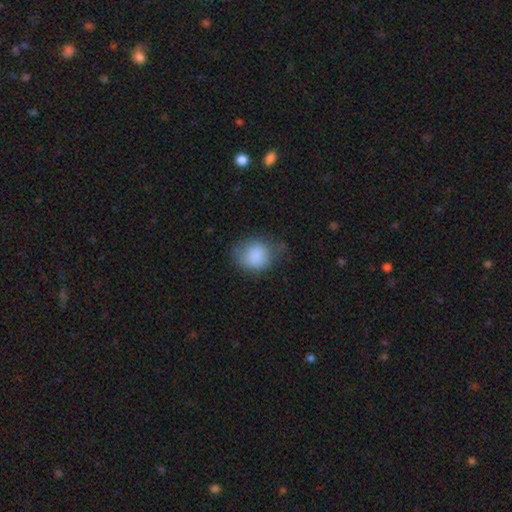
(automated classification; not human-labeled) smooth_or_featured: smooth (p=0.85) [alt: star or artifact p=0.08]
how_rounded: round (p=0.65) [alt: in between p=0.34]
merging: none (p=0.56) [alt: minor disturbance p=0.31]